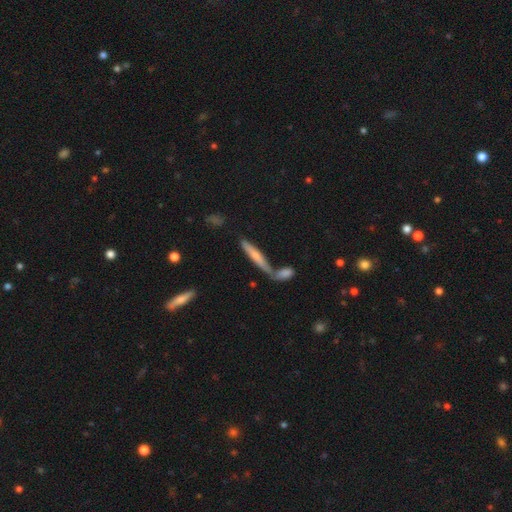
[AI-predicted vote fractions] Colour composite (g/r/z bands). It shows a smooth galaxy with no disk features (53%) that is cigar-shaped (87%). Merging: none (52%).